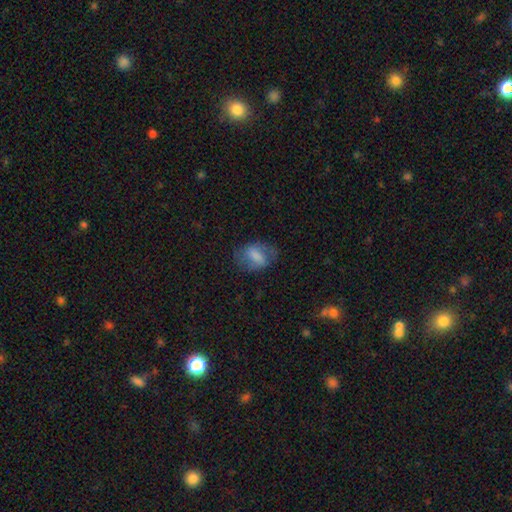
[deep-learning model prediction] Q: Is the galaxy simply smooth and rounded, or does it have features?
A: smooth — 61%.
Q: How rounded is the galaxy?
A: in between — 80%.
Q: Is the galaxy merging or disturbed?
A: none — 62%.